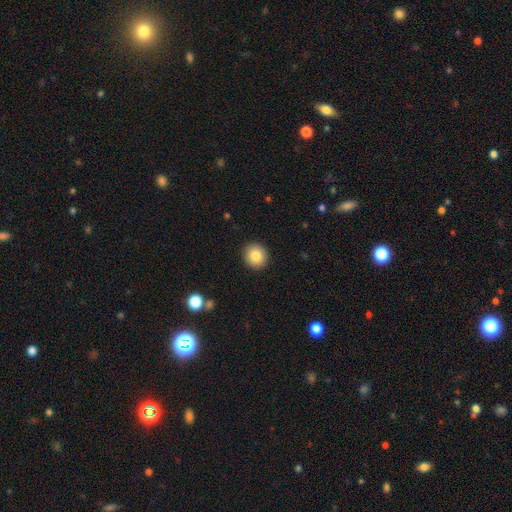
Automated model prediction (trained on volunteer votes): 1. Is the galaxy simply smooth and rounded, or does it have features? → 84% smooth, 9% star or artifact, 7% featured or disk.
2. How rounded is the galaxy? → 88% round, 11% in between, 1% cigar-shaped.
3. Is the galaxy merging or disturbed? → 92% none, 5% minor disturbance, 2% major disturbance, 1% merger.